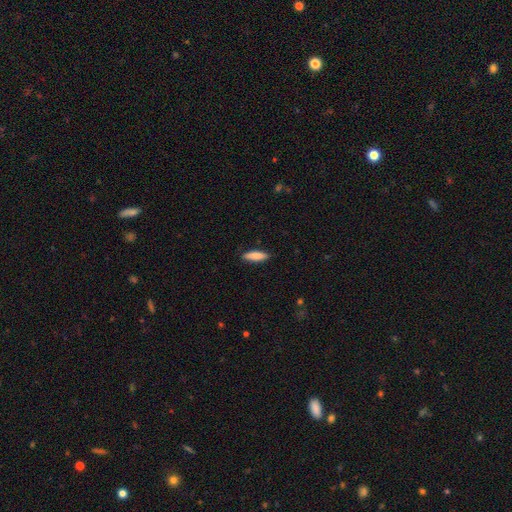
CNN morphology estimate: Q: Smooth or featured?
A: smooth (85%); runner-up: featured or disk (10%)
Q: How rounded?
A: cigar-shaped (57%); runner-up: in between (41%)
Q: Merging?
A: none (88%); runner-up: minor disturbance (9%)